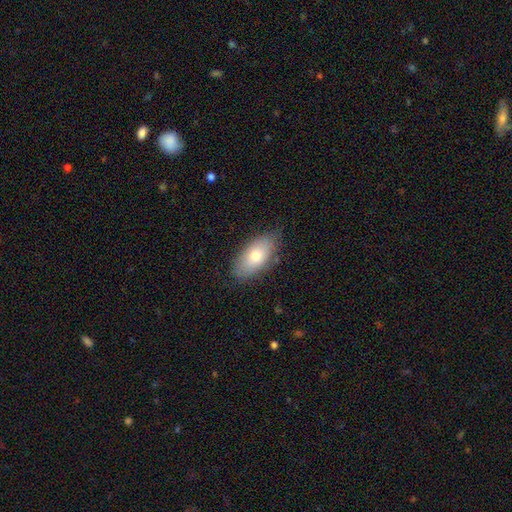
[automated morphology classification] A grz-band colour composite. It shows a smooth galaxy with no disk features (72%) that is in between round and cigar-shaped (90%). Merging: none (80%).